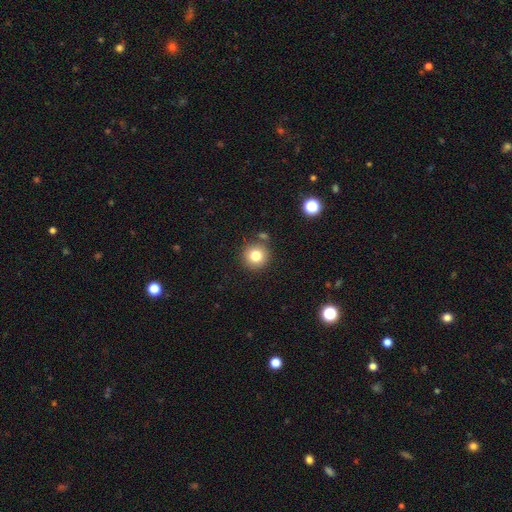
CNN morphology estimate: Smooth or featured? smooth (81%)
How rounded? round (94%)
Merging? none (82%)